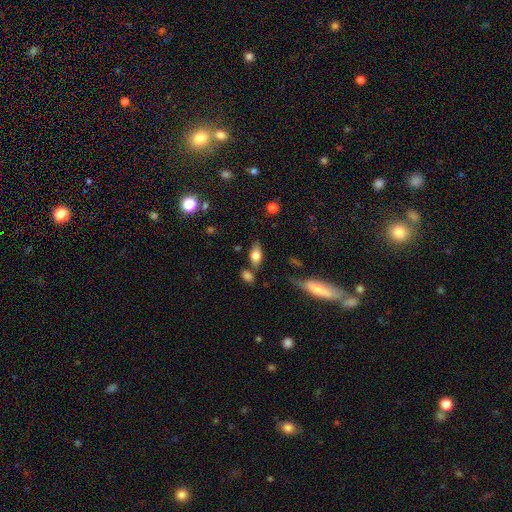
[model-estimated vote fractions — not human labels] Overall: smooth (73%). How rounded: in between (87%). Merging: none (68%).